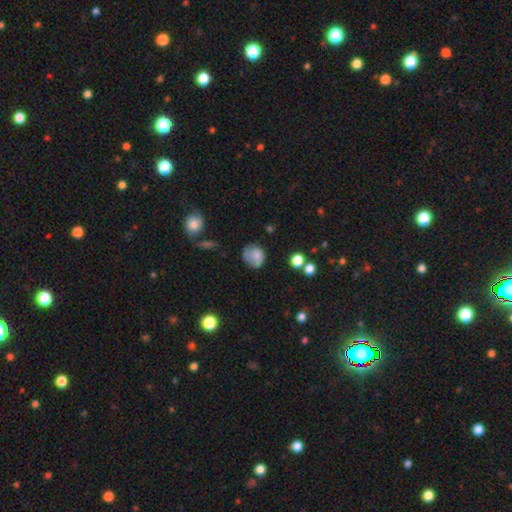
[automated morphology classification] Smooth or featured: smooth — 72% (featured or disk — 18%)
How rounded: round — 63% (in between — 36%)
Merging: none — 51% (minor disturbance — 31%)